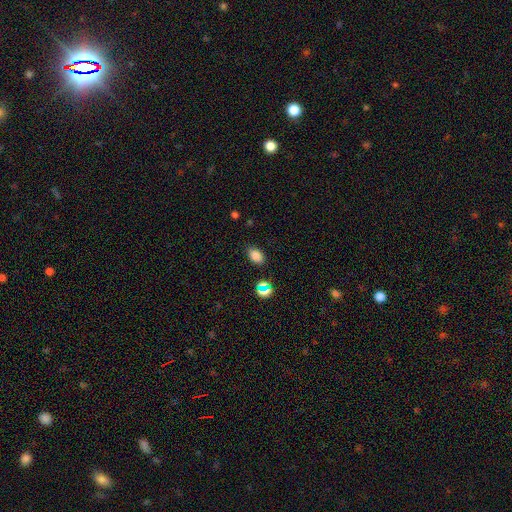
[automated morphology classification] Smooth or featured? Predicted: smooth (p=0.79). How rounded? Predicted: in between (p=0.83). Merging? Predicted: none (p=0.81).